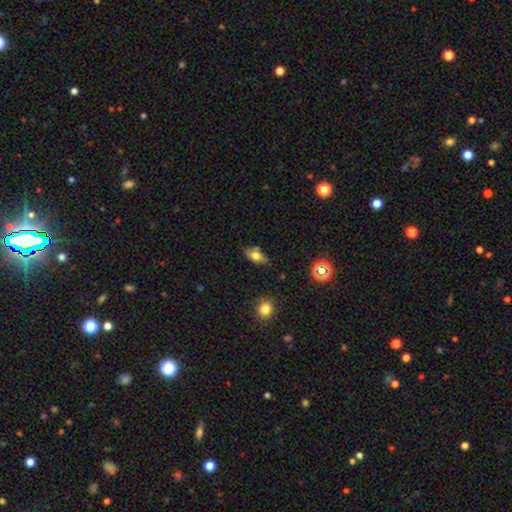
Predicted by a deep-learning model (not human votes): Overall: smooth (68%). How rounded: in between (82%). Merging: none (66%).